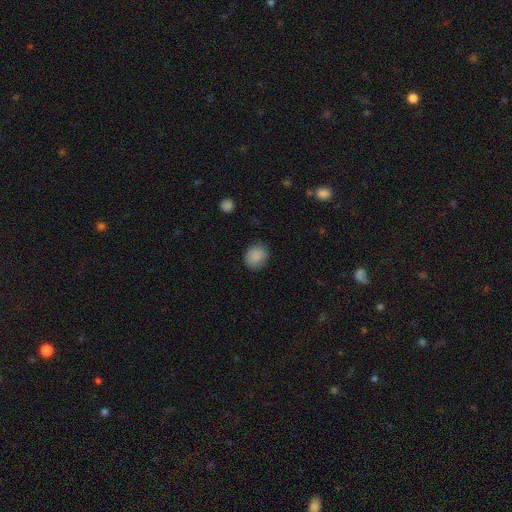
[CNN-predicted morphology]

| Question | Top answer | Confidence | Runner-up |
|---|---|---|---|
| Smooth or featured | smooth | 88% | star or artifact (8%) |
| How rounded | round | 68% | in between (31%) |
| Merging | none | 84% | minor disturbance (12%) |